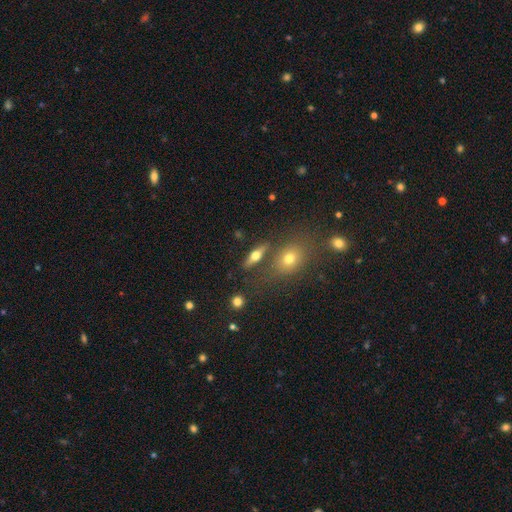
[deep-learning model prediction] The model was most divided on "smooth or featured": featured or disk: 50%, smooth: 40%, star or artifact: 10%. More confident: merging — none (74%).